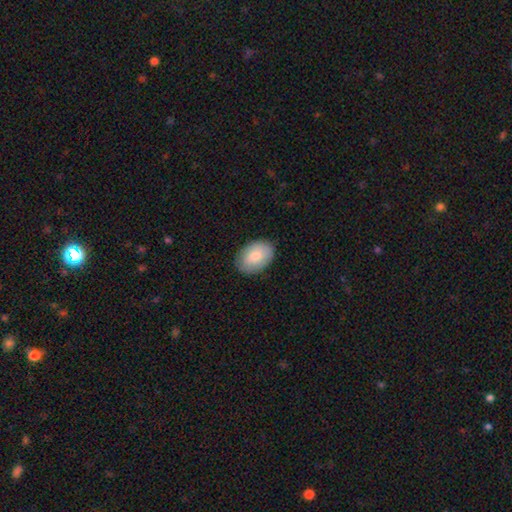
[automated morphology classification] The model was most divided on "smooth or featured": smooth: 82%, featured or disk: 12%, star or artifact: 6%. More confident: how rounded — in between (85%); merging — none (85%).